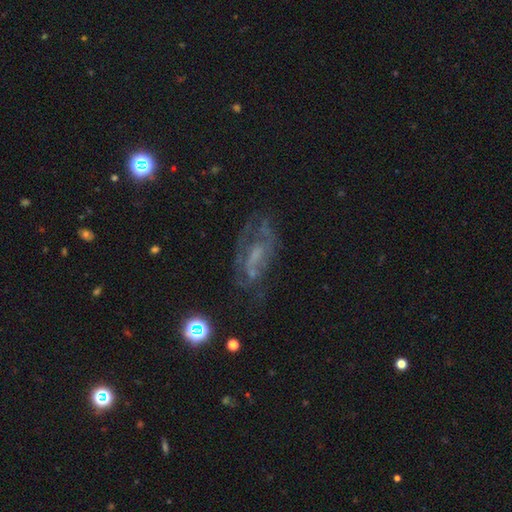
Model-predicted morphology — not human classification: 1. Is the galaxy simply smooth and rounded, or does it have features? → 63% featured or disk, 20% smooth, 16% star or artifact.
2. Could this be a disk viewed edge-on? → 92% no, 8% yes.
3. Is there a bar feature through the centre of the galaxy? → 58% no, 32% weak, 10% strong.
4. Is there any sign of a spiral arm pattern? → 57% yes, 43% no.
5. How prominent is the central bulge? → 42% none, 29% small, 23% moderate, 4% large, 1% dominant.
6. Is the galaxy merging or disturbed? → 50% none, 24% major disturbance, 22% minor disturbance, 4% merger.